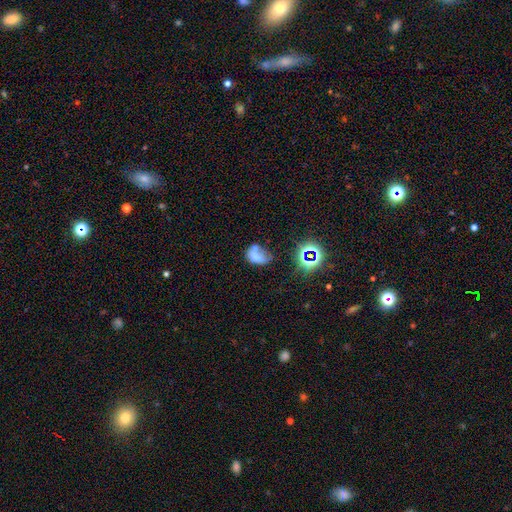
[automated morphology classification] This appears to be a smooth galaxy with no disk features (55%) that is in between round and cigar-shaped (78%). Merging: major disturbance (28%).